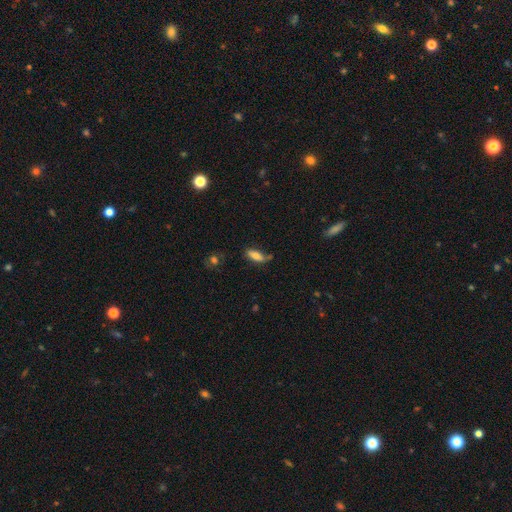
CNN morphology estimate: Smooth or featured? smooth (74%)
How rounded? in between (68%)
Merging? none (61%)